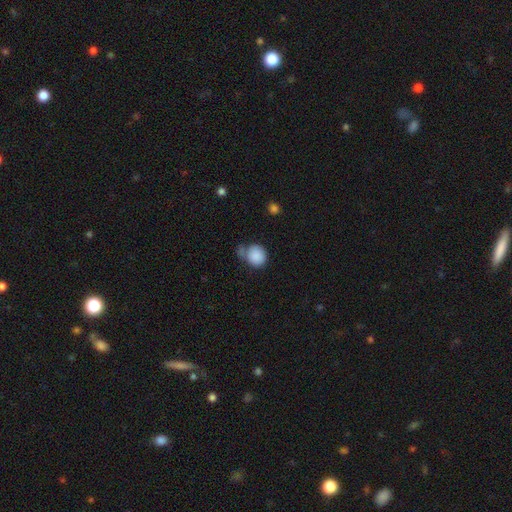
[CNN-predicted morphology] Overall: smooth (87%). How rounded: round (77%). Merging: none (52%; minor disturbance 23%).